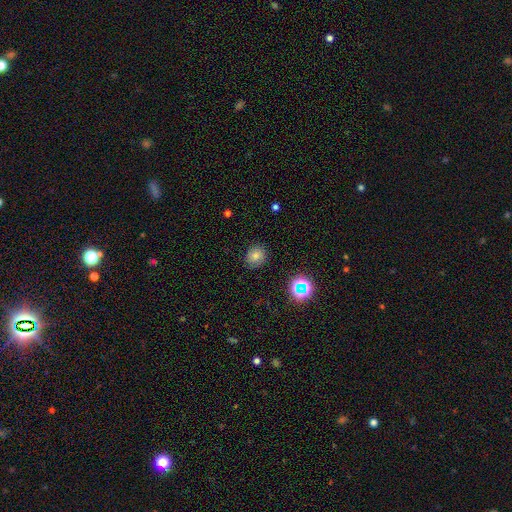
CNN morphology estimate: smooth 67%, star or artifact 19%, featured or disk 14%. Down the decision tree: how rounded — round (80%); merging — none (81%).